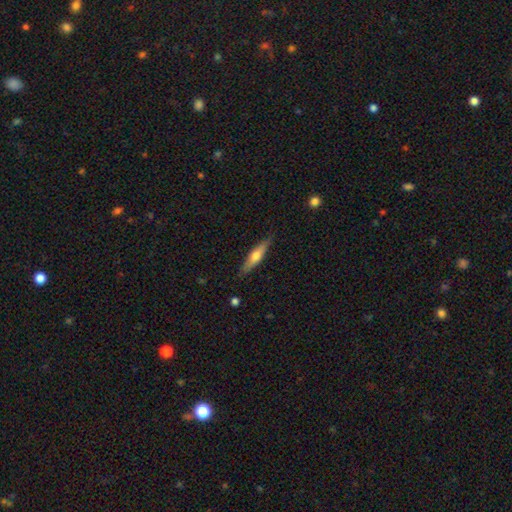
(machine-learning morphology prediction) Smooth or featured? Predicted: featured or disk (p=0.48). Merging? Predicted: none (p=0.86).